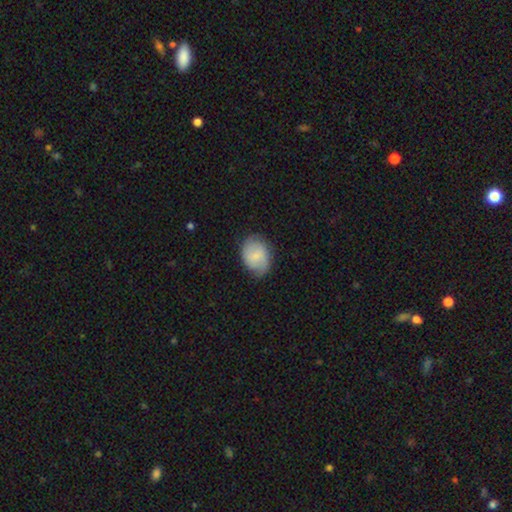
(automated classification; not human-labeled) A smooth galaxy with no disk features (58%) that is in between round and cigar-shaped (59%). Merging: none (71%).